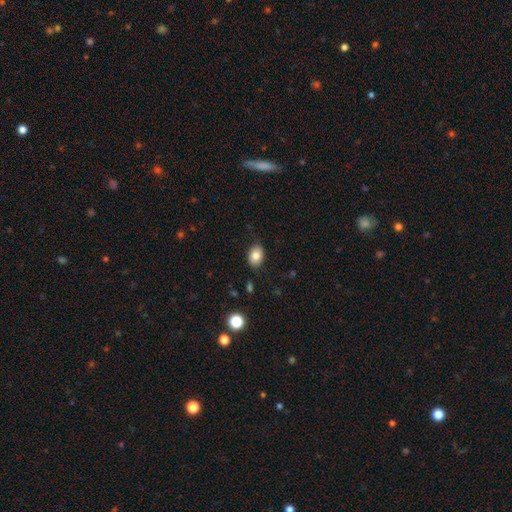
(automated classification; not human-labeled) A smooth galaxy with no disk features (83%) that is in between round and cigar-shaped (78%). Merging: none (84%).